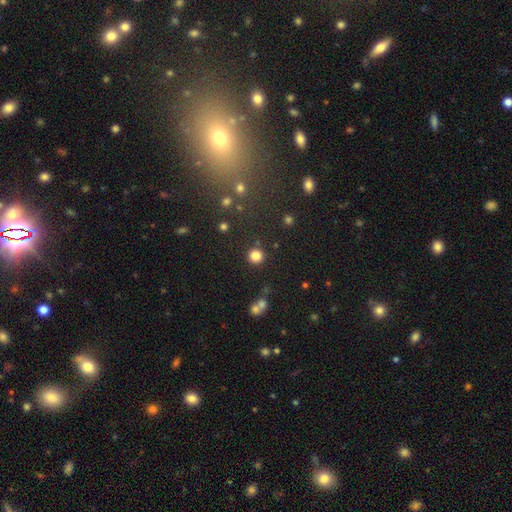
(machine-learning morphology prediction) type=smooth (82%); roundness=round (93%); merging=none (88%).